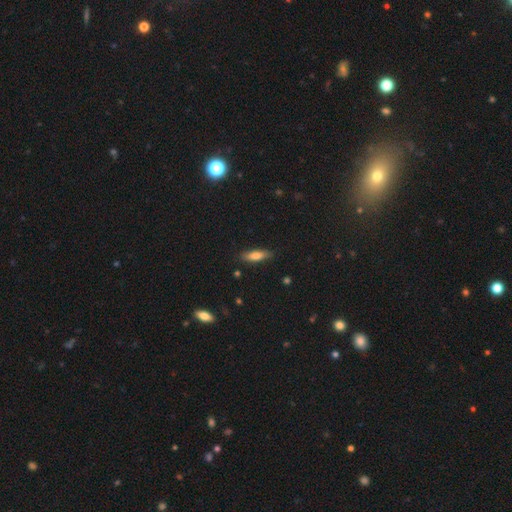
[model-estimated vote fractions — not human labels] Morphology: type=smooth (71%); roundness=cigar-shaped (58%); merging=none (85%).